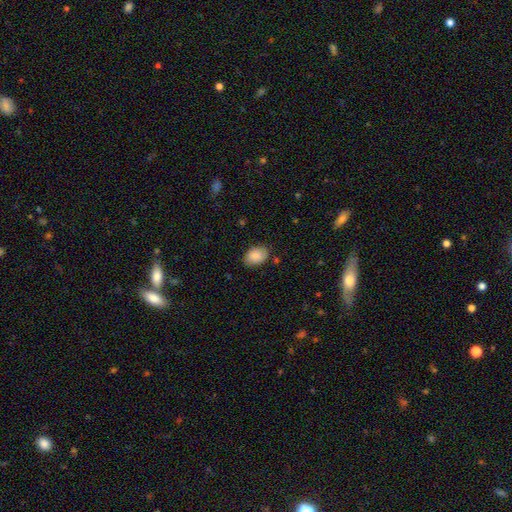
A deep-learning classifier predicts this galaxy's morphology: The model was most divided on "merging": none: 81%, minor disturbance: 15%, major disturbance: 3%, merger: 1%. More confident: smooth or featured — smooth (86%); how rounded — in between (85%).